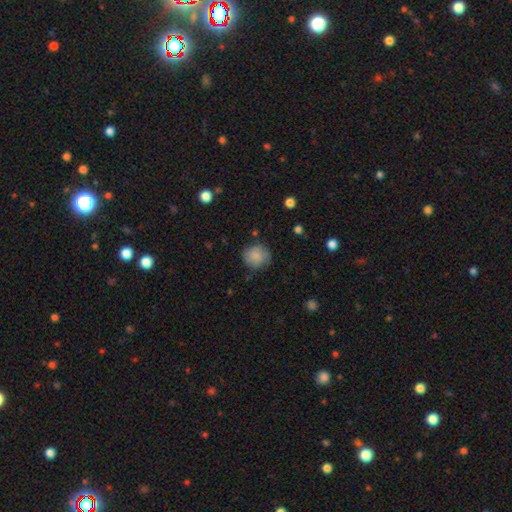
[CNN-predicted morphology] Smooth or featured? Predicted: smooth (p=0.79). How rounded? Predicted: round (p=0.87). Merging? Predicted: none (p=0.75).